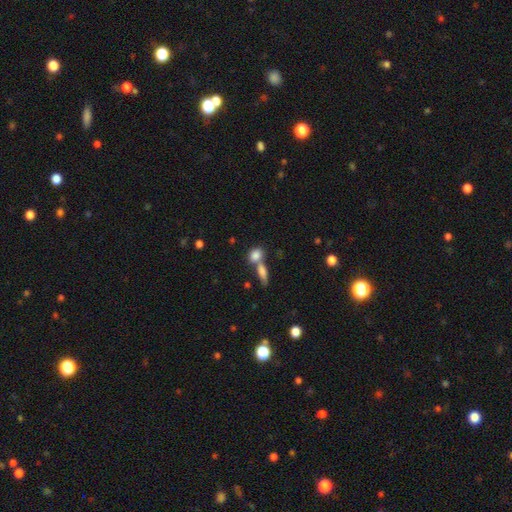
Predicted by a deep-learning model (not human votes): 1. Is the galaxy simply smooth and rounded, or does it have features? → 83% smooth, 9% featured or disk, 8% star or artifact.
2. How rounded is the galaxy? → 67% in between, 26% round, 7% cigar-shaped.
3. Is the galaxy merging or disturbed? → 48% merger, 40% none, 9% minor disturbance, 4% major disturbance.